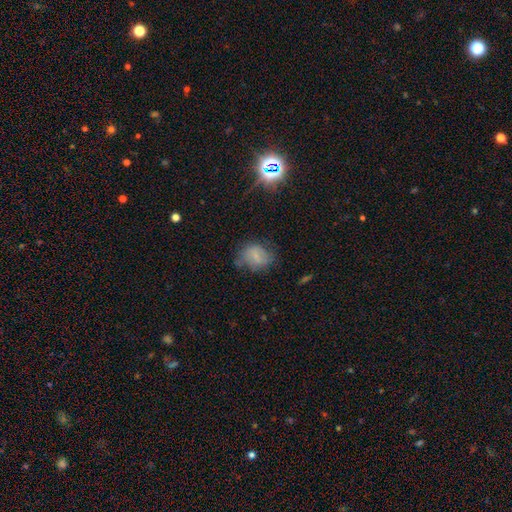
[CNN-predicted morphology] Smooth or featured? Predicted: smooth (p=0.66). How rounded? Predicted: round (p=0.50). Merging? Predicted: none (p=0.54).